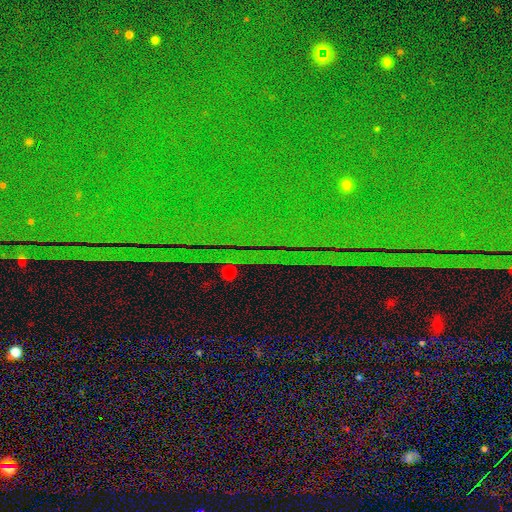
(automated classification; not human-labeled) A star or artifact, not a galaxy (88%).